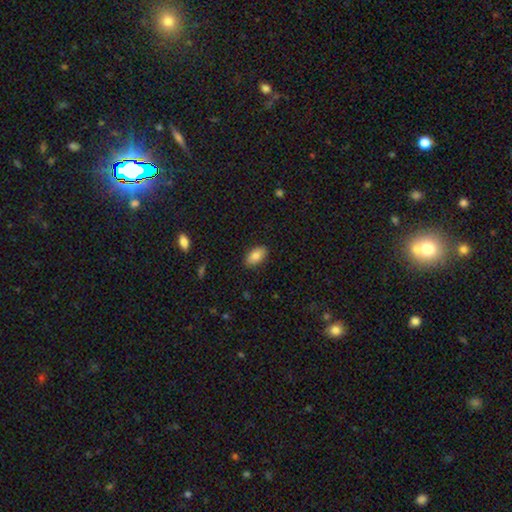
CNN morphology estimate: Smooth or featured: smooth — 82% (featured or disk — 11%)
How rounded: in between — 92% (round — 4%)
Merging: none — 88% (minor disturbance — 9%)